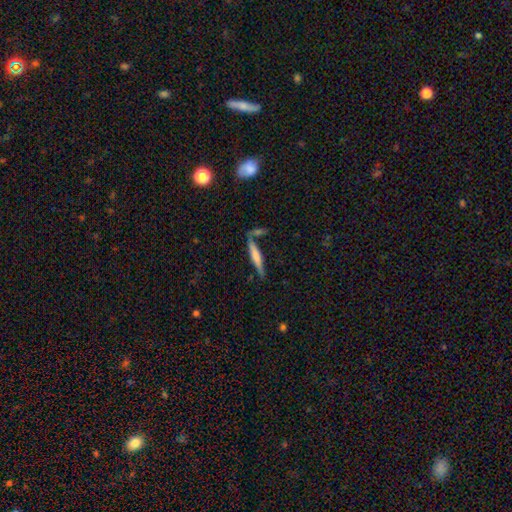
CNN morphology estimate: Q: Smooth or featured?
A: smooth (56%); runner-up: featured or disk (38%)
Q: How rounded?
A: cigar-shaped (91%); runner-up: in between (8%)
Q: Merging?
A: none (68%); runner-up: minor disturbance (15%)